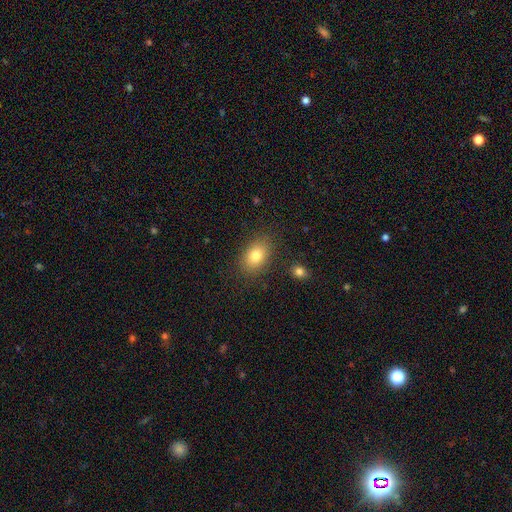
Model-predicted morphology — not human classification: smooth-or-featured: smooth: 80% | featured or disk: 11% | star or artifact: 9%
  how-rounded: in between: 81% | round: 18% | cigar-shaped: 1%
  merging: none: 84% | minor disturbance: 10% | major disturbance: 3% | merger: 2%